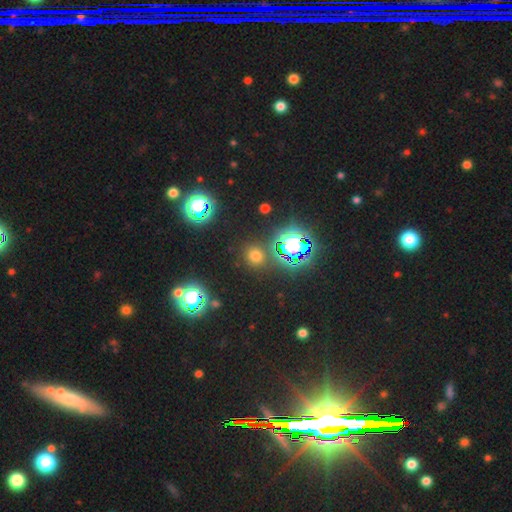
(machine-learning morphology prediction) Smooth or featured?
  - smooth: 54% *
  - star or artifact: 40%
  - featured or disk: 6%
How rounded?
  - round: 88% *
  - in between: 11%
  - cigar-shaped: 1%
Merging?
  - none: 86% *
  - minor disturbance: 7%
  - merger: 4%
  - major disturbance: 3%